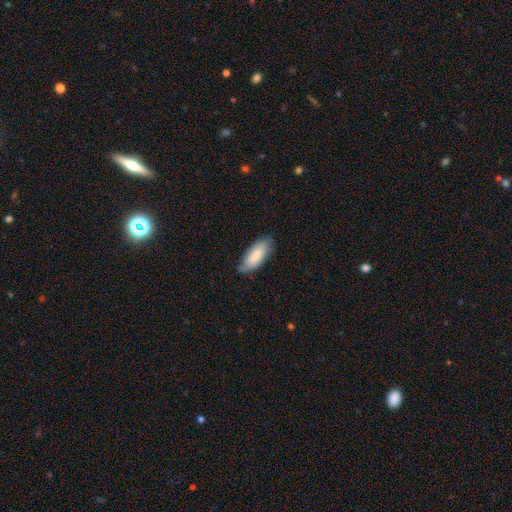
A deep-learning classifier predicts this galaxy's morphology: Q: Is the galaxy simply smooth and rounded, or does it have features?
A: smooth — 80%.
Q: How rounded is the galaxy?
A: in between — 81%.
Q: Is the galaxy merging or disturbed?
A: none — 72%.